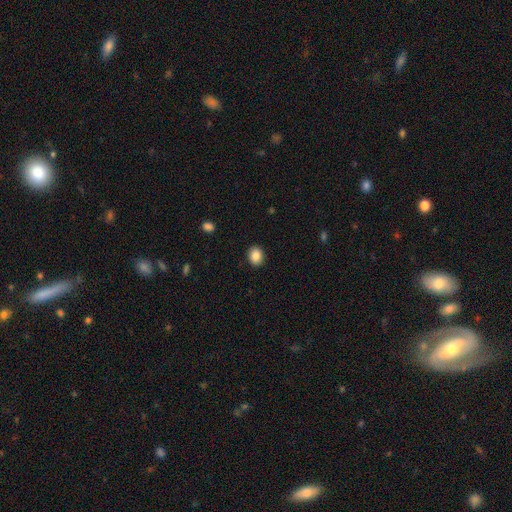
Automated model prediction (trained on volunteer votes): Smooth or featured? Predicted: smooth (p=0.87). How rounded? Predicted: round (p=0.54). Merging? Predicted: none (p=0.91).